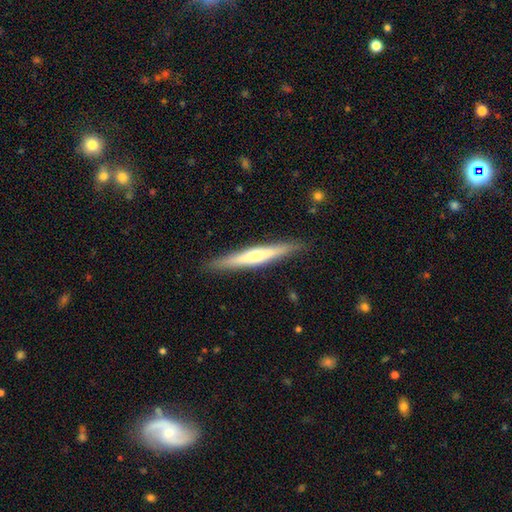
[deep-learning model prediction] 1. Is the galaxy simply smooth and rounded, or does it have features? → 52% featured or disk, 43% smooth, 5% star or artifact.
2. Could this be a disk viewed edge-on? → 96% yes, 4% no.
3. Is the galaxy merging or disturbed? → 89% none, 8% minor disturbance, 2% major disturbance, 1% merger.